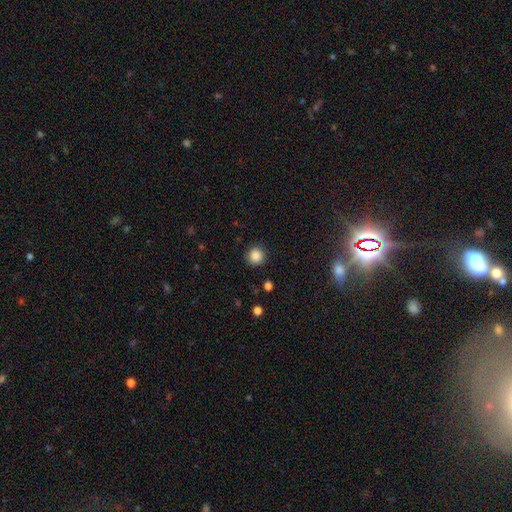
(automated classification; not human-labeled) Smooth or featured: smooth — 86% (star or artifact — 11%)
How rounded: round — 94% (in between — 5%)
Merging: none — 91% (minor disturbance — 6%)